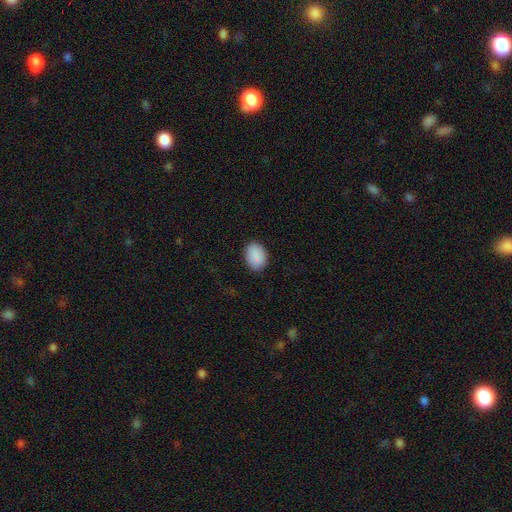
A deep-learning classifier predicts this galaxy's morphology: smooth_or_featured: smooth (p=0.88) [alt: star or artifact p=0.07]
how_rounded: in between (p=0.75) [alt: round p=0.24]
merging: none (p=0.86) [alt: minor disturbance p=0.10]